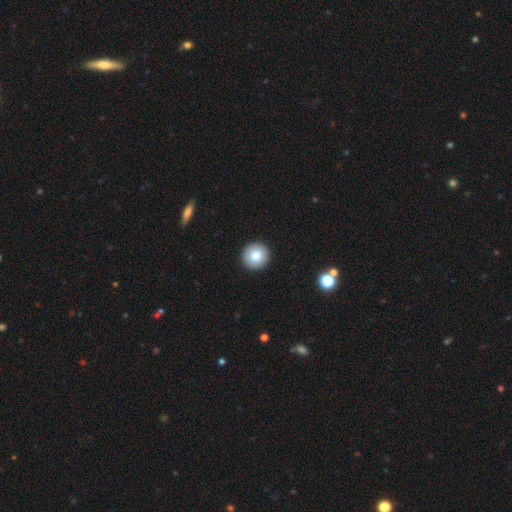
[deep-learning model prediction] Smooth or featured? Predicted: smooth (p=0.83). How rounded? Predicted: round (p=0.94). Merging? Predicted: none (p=0.93).